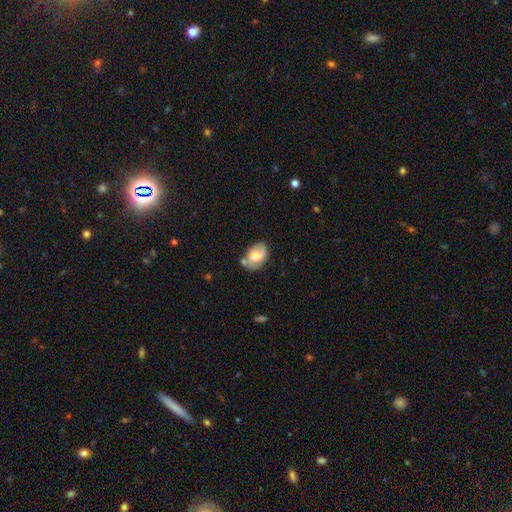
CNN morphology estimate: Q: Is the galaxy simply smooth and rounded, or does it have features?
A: smooth — 53%.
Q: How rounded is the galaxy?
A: in between — 81%.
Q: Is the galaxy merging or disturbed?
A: none — 55%.